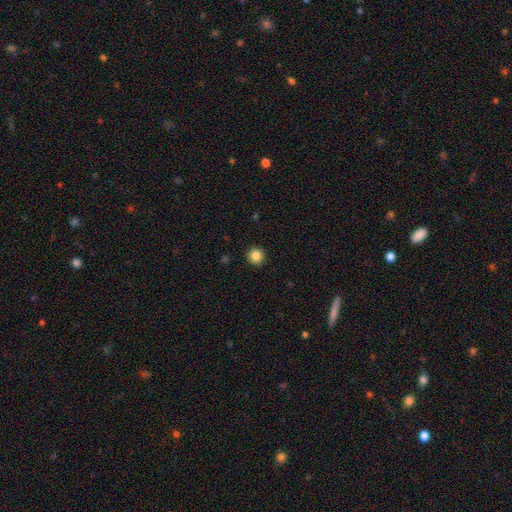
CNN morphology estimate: Smooth or featured: smooth — 85% (star or artifact — 10%)
How rounded: round — 93% (in between — 6%)
Merging: none — 92% (minor disturbance — 5%)